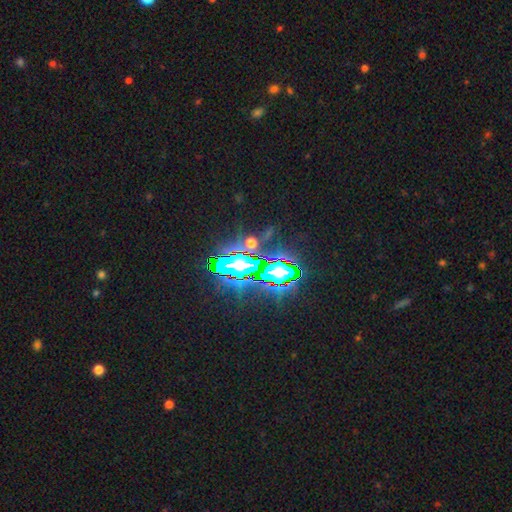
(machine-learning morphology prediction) A star or artifact, not a galaxy (84%).

Vote fractions:
- Smooth or featured? star or artifact: 84% / smooth: 9% / featured or disk: 7%